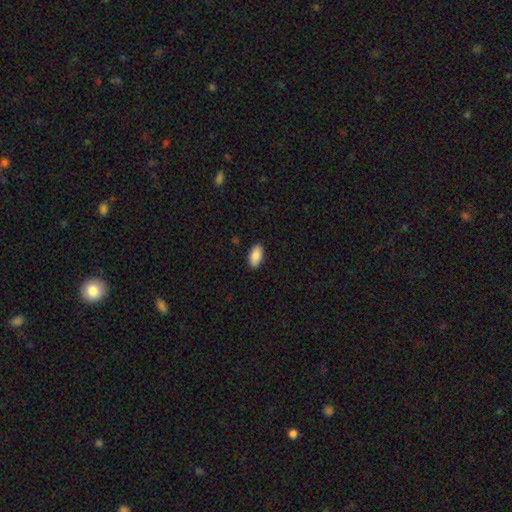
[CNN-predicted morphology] Q: Smooth or featured?
A: smooth (89%); runner-up: star or artifact (6%)
Q: How rounded?
A: in between (95%); runner-up: cigar-shaped (3%)
Q: Merging?
A: none (89%); runner-up: minor disturbance (8%)